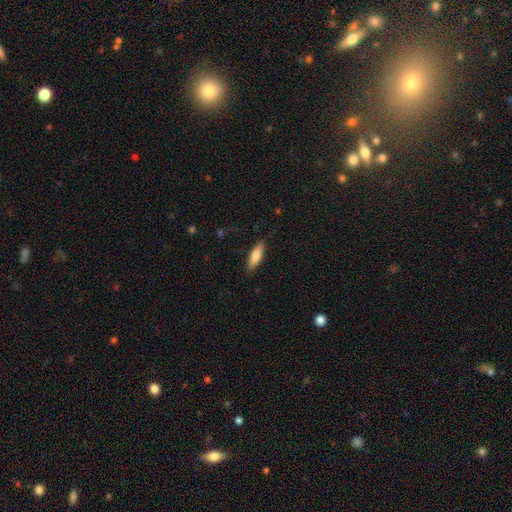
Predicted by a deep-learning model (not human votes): A smooth galaxy with no disk features (79%) that is in between round and cigar-shaped (54%). Merging: none (85%).